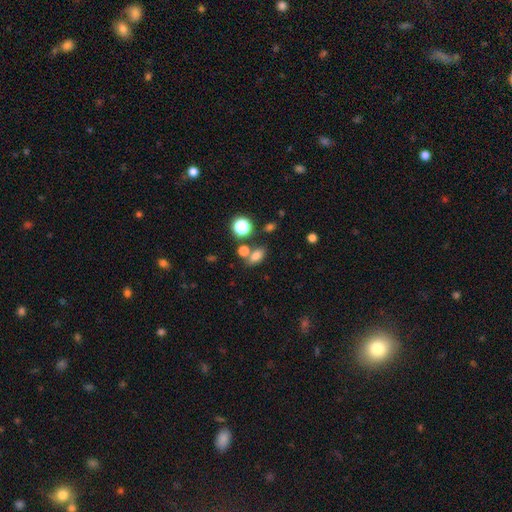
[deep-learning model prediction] This appears to be a smooth galaxy with no disk features (76%) that is in between round and cigar-shaped (77%). Merging: none (63%).